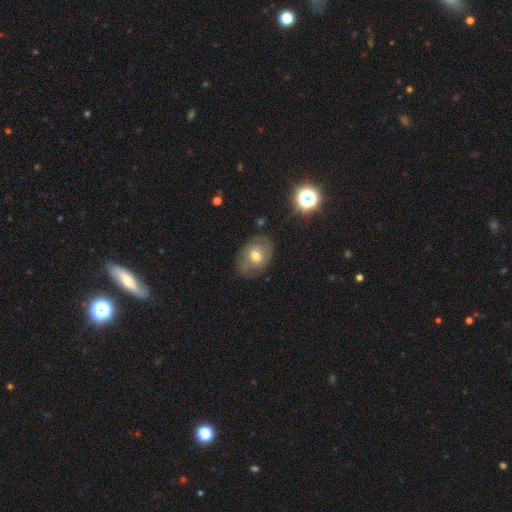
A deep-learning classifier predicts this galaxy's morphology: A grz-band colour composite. It shows a smooth galaxy with no disk features (48%). Merging: none (69%).